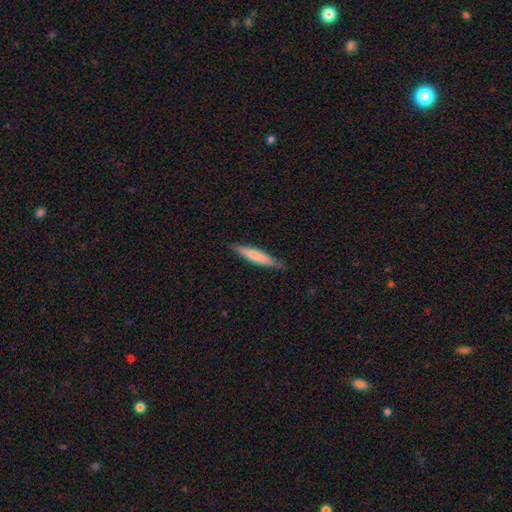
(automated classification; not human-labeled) smooth 66%, featured or disk 29%, star or artifact 5%. Down the decision tree: how rounded — cigar-shaped (90%); merging — none (85%).